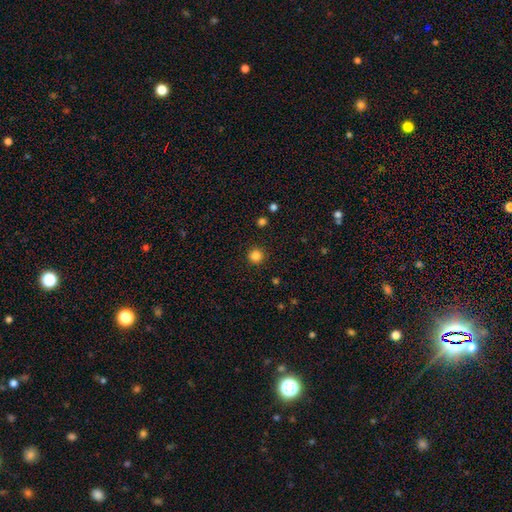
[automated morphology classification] smooth-or-featured: smooth: 85% | star or artifact: 12% | featured or disk: 3%
  how-rounded: round: 95% | in between: 4% | cigar-shaped: 1%
  merging: none: 91% | minor disturbance: 5% | major disturbance: 2% | merger: 1%